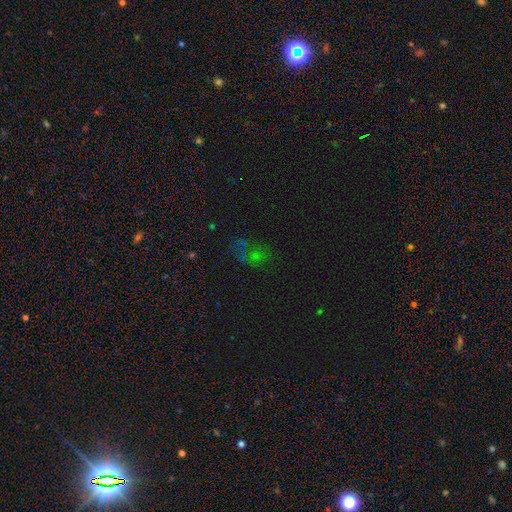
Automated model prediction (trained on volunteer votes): Smooth or featured: star or artifact — 49% (smooth — 31%)